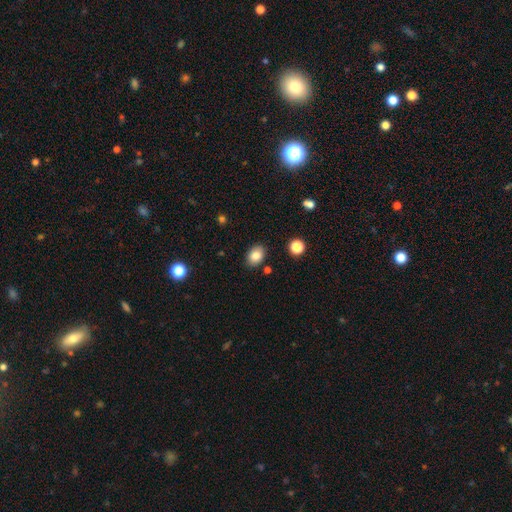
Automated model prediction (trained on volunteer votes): Q: Smooth or featured?
A: smooth (84%); runner-up: star or artifact (9%)
Q: How rounded?
A: in between (73%); runner-up: round (26%)
Q: Merging?
A: none (85%); runner-up: minor disturbance (10%)